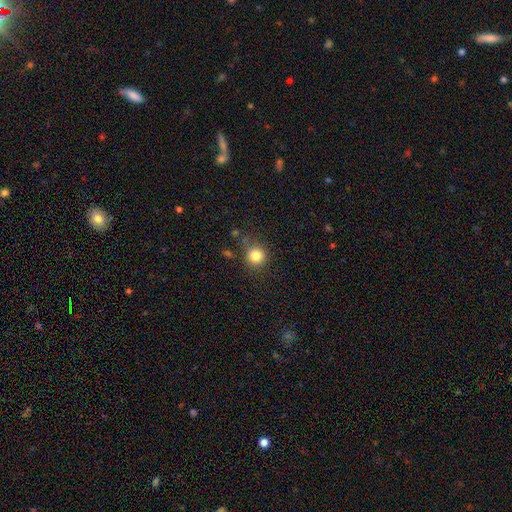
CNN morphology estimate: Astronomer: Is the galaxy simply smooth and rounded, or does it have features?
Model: smooth — 83%.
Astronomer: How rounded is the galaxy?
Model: round — 92%.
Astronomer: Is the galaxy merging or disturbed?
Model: none — 82%.